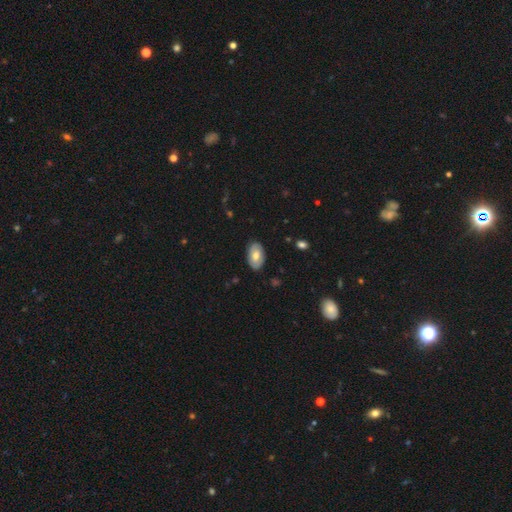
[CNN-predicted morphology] This appears to be a smooth galaxy with no disk features (60%) that is in between round and cigar-shaped (93%). Merging: none (85%).